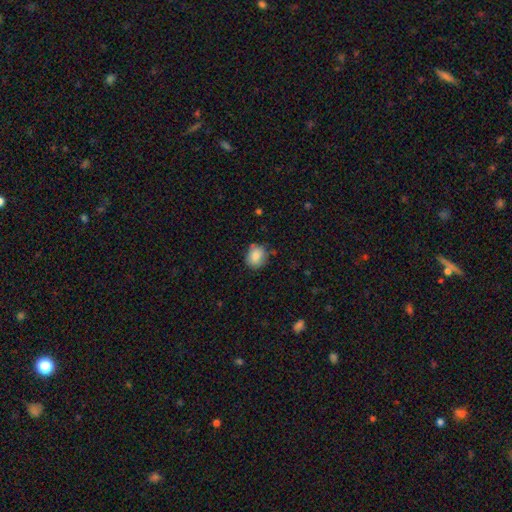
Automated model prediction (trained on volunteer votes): smooth_or_featured: smooth (p=0.84) [alt: star or artifact p=0.08]
how_rounded: round (p=0.64) [alt: in between p=0.35]
merging: none (p=0.75) [alt: minor disturbance p=0.18]